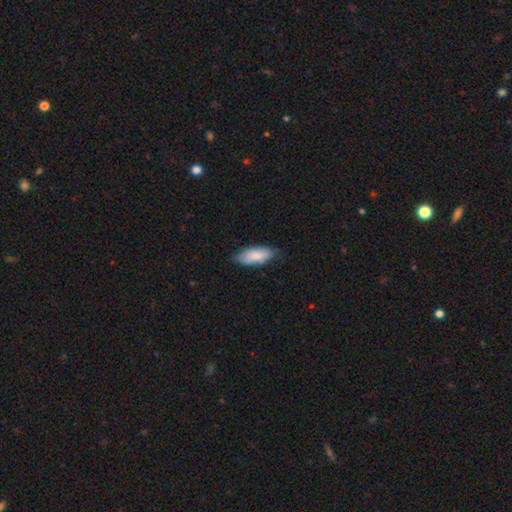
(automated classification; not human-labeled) A smooth galaxy with no disk features (82%) that is in between round and cigar-shaped (82%). Merging: none (71%).